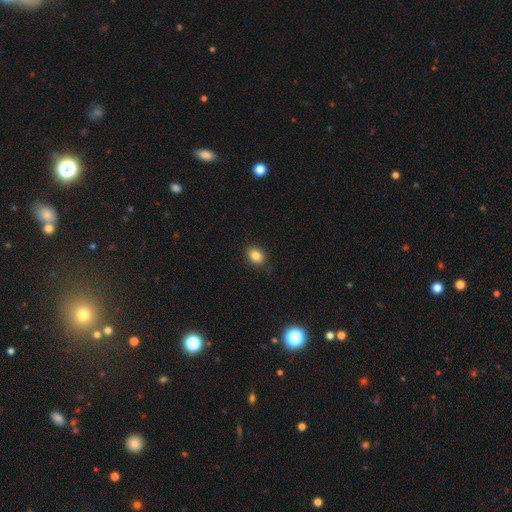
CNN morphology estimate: The model was most divided on "how rounded": in between: 65%, round: 34%, cigar-shaped: 1%. More confident: merging — none (85%); smooth or featured — smooth (85%).